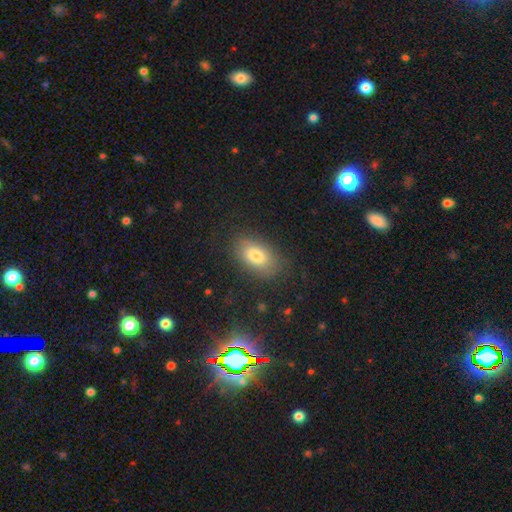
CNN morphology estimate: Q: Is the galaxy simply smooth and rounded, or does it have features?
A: smooth — 78%.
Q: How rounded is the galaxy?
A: in between — 90%.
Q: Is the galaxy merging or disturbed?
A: none — 81%.